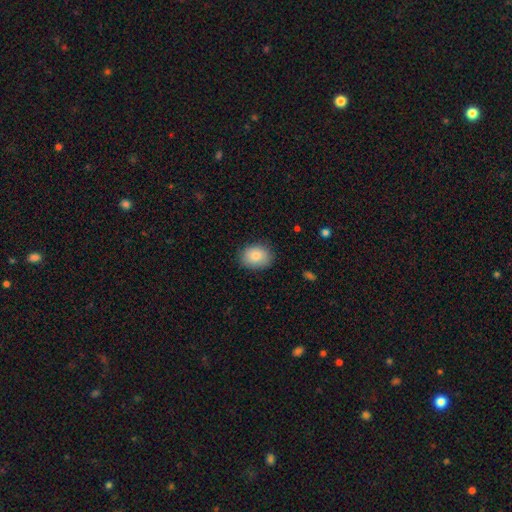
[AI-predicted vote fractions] smooth_or_featured: smooth (p=0.85) [alt: star or artifact p=0.08]
how_rounded: in between (p=0.58) [alt: round p=0.41]
merging: none (p=0.84) [alt: minor disturbance p=0.12]